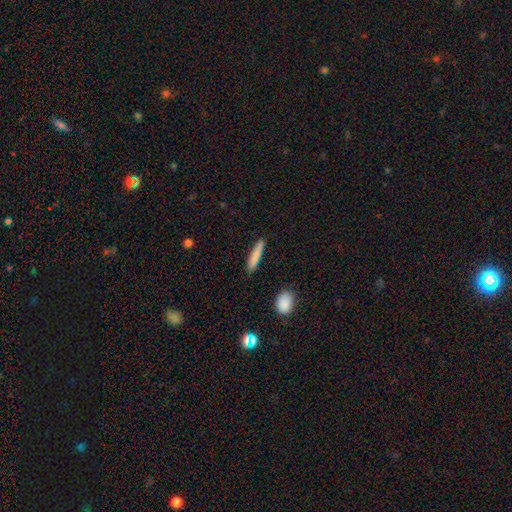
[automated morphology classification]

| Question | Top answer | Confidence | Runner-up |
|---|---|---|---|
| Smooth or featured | smooth | 82% | featured or disk (12%) |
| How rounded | cigar-shaped | 90% | in between (9%) |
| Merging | none | 85% | minor disturbance (11%) |